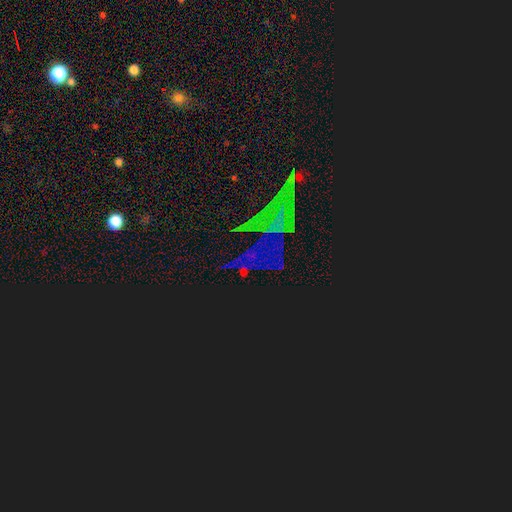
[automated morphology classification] A star or artifact, not a galaxy (70%).

Vote fractions:
- Smooth or featured? star or artifact: 70% / featured or disk: 17% / smooth: 13%